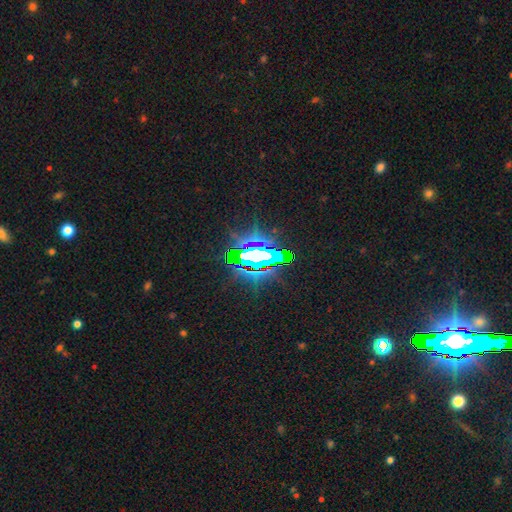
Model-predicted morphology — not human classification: smooth-or-featured: star or artifact: 67% | featured or disk: 18% | smooth: 15%